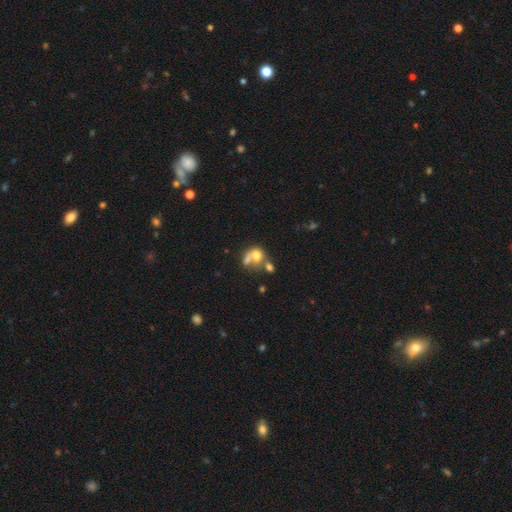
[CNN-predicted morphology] A smooth galaxy with no disk features (64%) that is round (57%).

Vote fractions:
- Smooth or featured? smooth: 64% / featured or disk: 24% / star or artifact: 12%
- How rounded? round: 57% / in between: 42% / cigar-shaped: 1%
- Merging? merger: 55% / none: 22% / major disturbance: 13% / minor disturbance: 10%